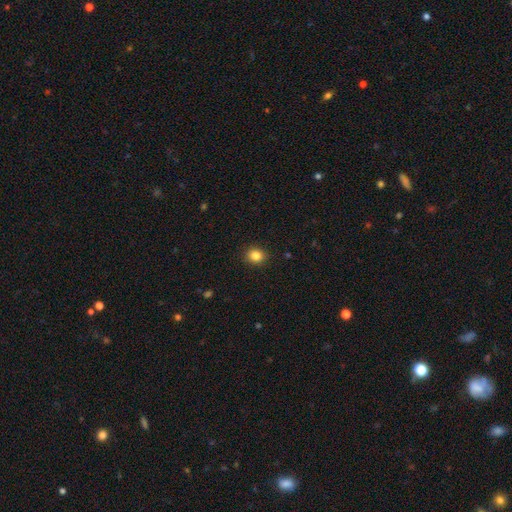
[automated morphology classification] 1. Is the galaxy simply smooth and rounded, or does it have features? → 85% smooth, 11% star or artifact, 4% featured or disk.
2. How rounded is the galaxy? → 72% round, 27% in between, 1% cigar-shaped.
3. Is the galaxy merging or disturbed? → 91% none, 6% minor disturbance, 2% major disturbance, 1% merger.